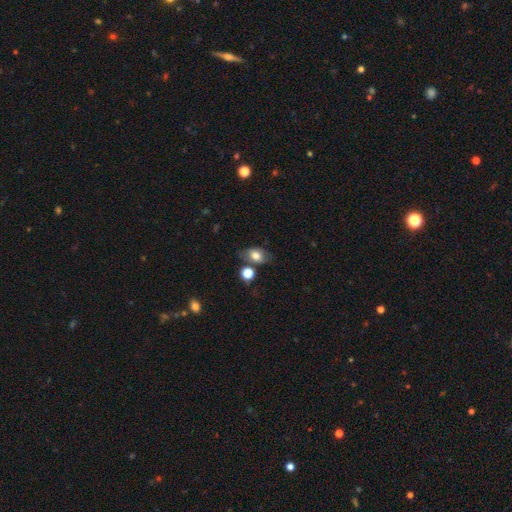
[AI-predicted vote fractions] Q: Smooth or featured?
A: smooth (72%); runner-up: featured or disk (19%)
Q: How rounded?
A: in between (82%); runner-up: round (16%)
Q: Merging?
A: none (65%); runner-up: minor disturbance (18%)